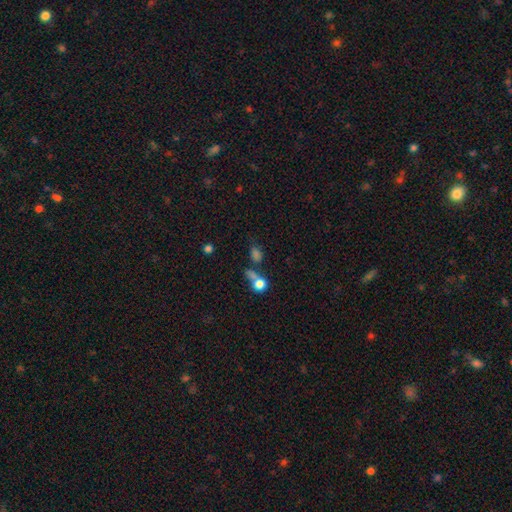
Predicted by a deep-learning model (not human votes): Smooth or featured? Predicted: smooth (p=0.49). Merging? Predicted: none (p=0.48).